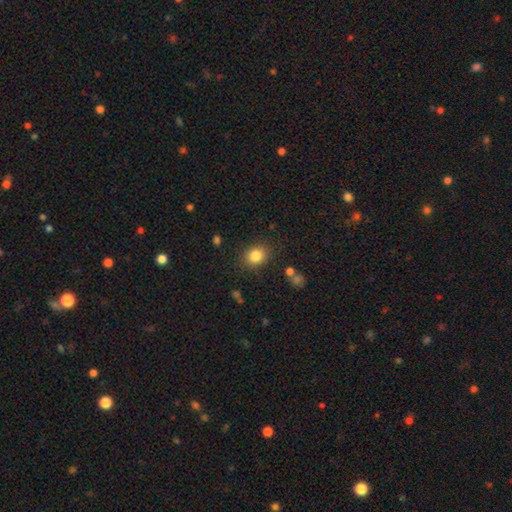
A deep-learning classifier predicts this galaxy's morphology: smooth 83%, star or artifact 11%, featured or disk 6%. Down the decision tree: how rounded — round (56%); merging — none (85%).